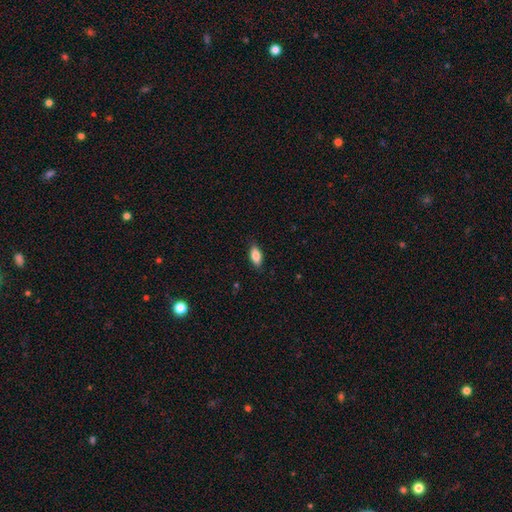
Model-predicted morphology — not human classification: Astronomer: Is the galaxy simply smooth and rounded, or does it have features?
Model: smooth — 83%.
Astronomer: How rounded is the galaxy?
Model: in between — 86%.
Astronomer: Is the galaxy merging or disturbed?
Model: none — 86%.